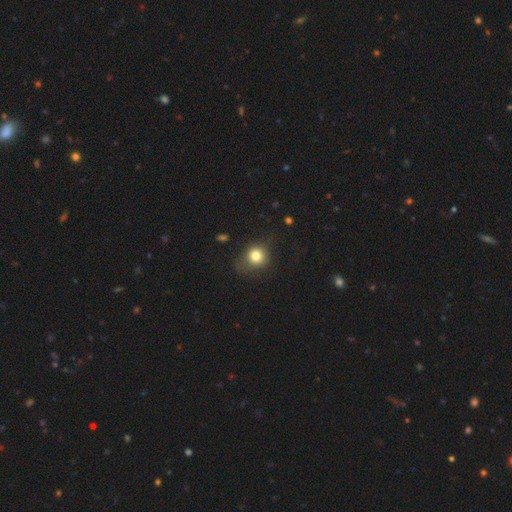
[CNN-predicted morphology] smooth-or-featured: smooth: 77% | star or artifact: 12% | featured or disk: 11%
  how-rounded: round: 74% | in between: 24% | cigar-shaped: 1%
  merging: none: 58% | minor disturbance: 27% | major disturbance: 14% | merger: 2%